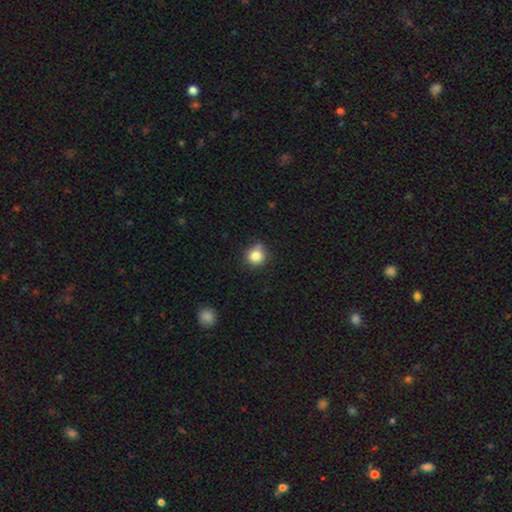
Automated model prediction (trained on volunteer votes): A smooth galaxy with no disk features (83%) that is round (91%). Merging: none (75%).